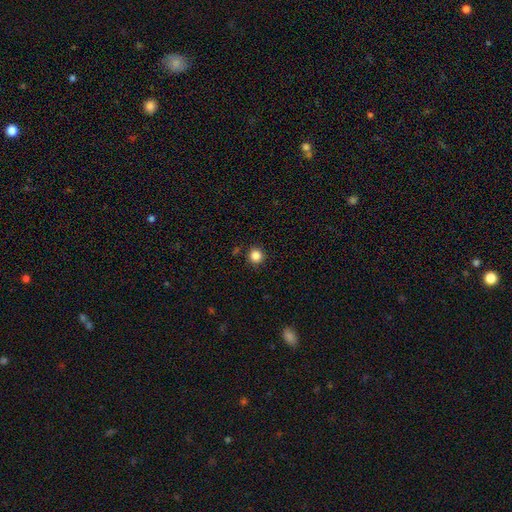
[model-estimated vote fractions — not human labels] This appears to be a smooth galaxy with no disk features (85%) that is round (95%). Merging: none (91%).